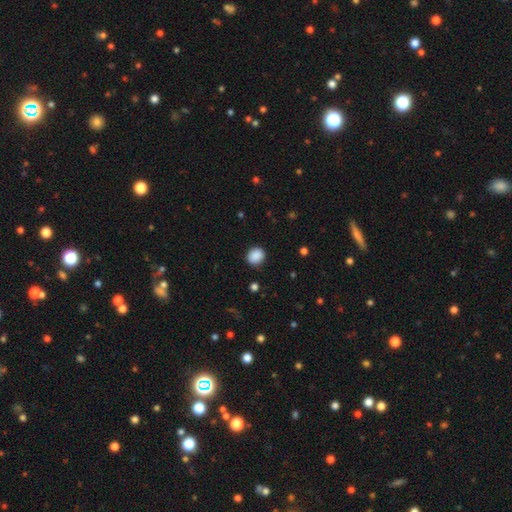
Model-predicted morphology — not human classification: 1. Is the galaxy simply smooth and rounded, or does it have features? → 88% smooth, 9% star or artifact, 3% featured or disk.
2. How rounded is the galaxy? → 78% round, 21% in between, 1% cigar-shaped.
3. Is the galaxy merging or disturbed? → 88% none, 8% minor disturbance, 3% major disturbance, 1% merger.